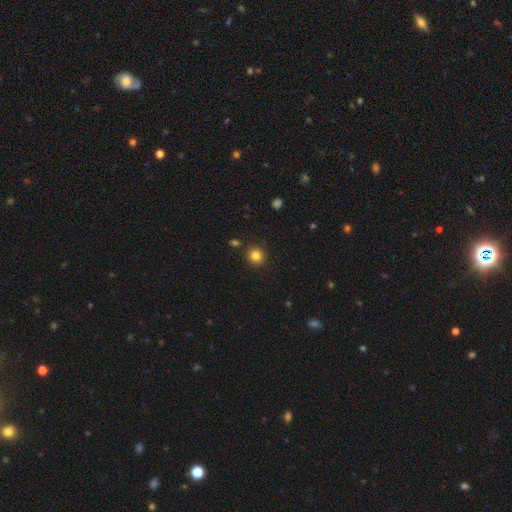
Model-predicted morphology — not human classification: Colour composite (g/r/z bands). It shows a smooth galaxy with no disk features (83%) that is round (93%). Merging: none (89%).